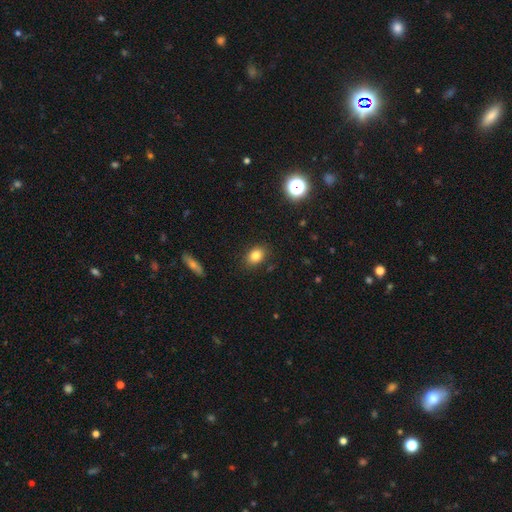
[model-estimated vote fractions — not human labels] A smooth galaxy with no disk features (82%) that is in between round and cigar-shaped (70%).

Vote fractions:
- Smooth or featured? smooth: 82% / star or artifact: 10% / featured or disk: 8%
- How rounded? in between: 70% / round: 29% / cigar-shaped: 1%
- Merging? none: 86% / minor disturbance: 10% / major disturbance: 2% / merger: 1%